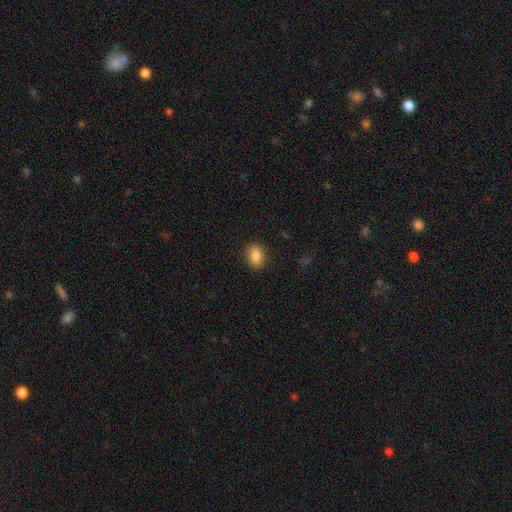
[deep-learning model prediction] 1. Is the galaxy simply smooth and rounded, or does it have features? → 86% smooth, 9% star or artifact, 5% featured or disk.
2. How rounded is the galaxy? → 68% in between, 31% round, 1% cigar-shaped.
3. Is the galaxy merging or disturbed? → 89% none, 8% minor disturbance, 2% major disturbance, 1% merger.